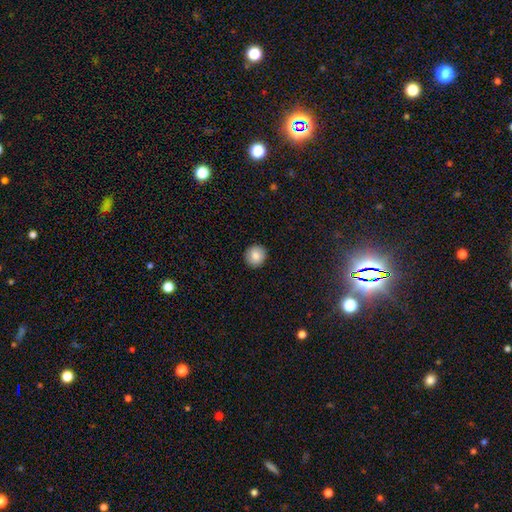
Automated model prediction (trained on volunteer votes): This appears to be a smooth galaxy with no disk features (84%) that is round (93%). Merging: none (92%).